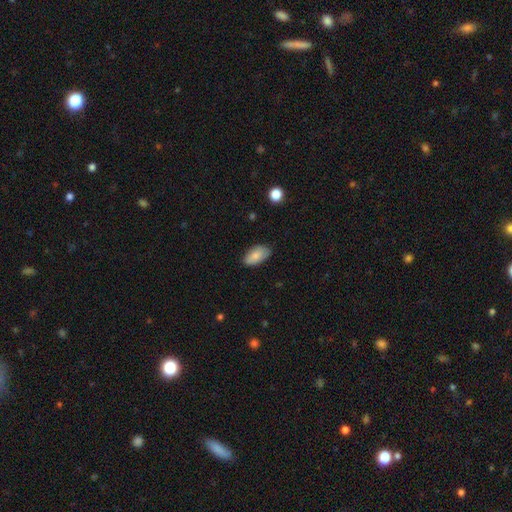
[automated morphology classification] This appears to be a smooth galaxy with no disk features (81%) that is in between round and cigar-shaped (94%). Merging: none (78%).